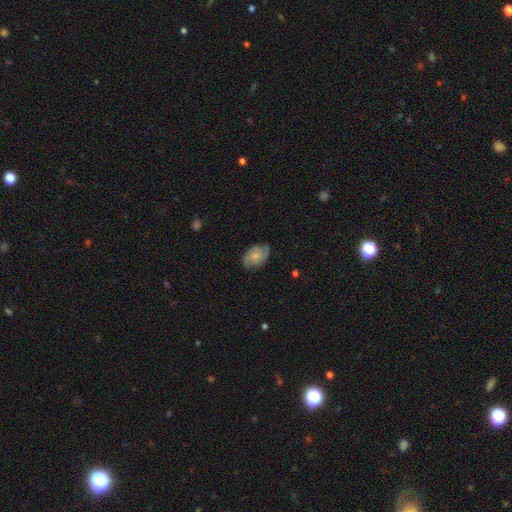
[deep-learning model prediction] Q: Smooth or featured?
A: featured or disk (52%); runner-up: smooth (41%)
Q: Edge-on disk?
A: no (96%); runner-up: yes (4%)
Q: Merging?
A: none (75%); runner-up: minor disturbance (19%)